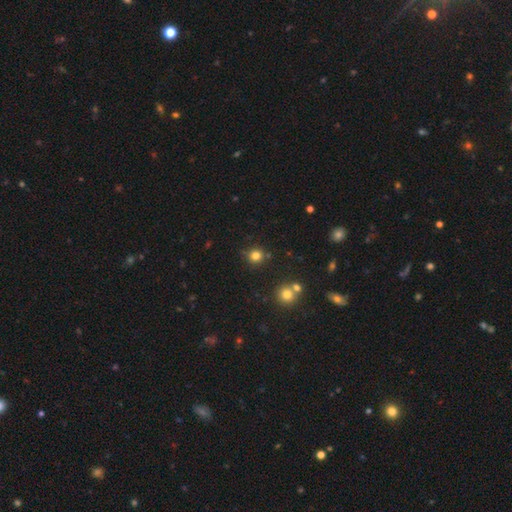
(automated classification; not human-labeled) smooth-or-featured: smooth: 80% | star or artifact: 14% | featured or disk: 5%
  how-rounded: round: 91% | in between: 8% | cigar-shaped: 1%
  merging: none: 83% | minor disturbance: 9% | merger: 5% | major disturbance: 3%